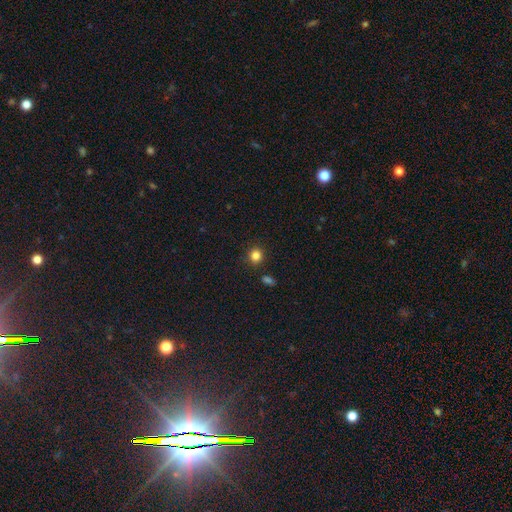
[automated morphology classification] smooth_or_featured: smooth (p=0.84) [alt: star or artifact p=0.12]
how_rounded: round (p=0.88) [alt: in between p=0.11]
merging: none (p=0.88) [alt: minor disturbance p=0.07]